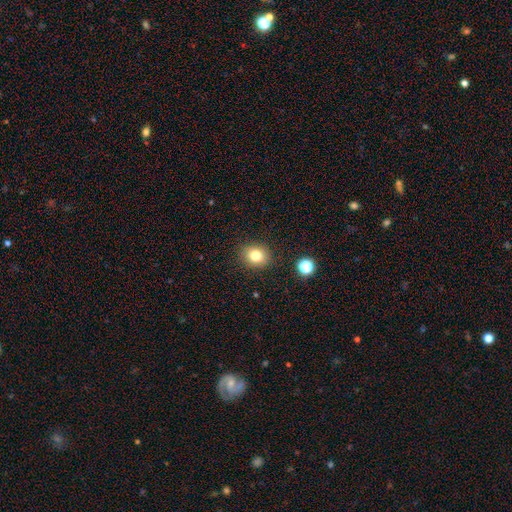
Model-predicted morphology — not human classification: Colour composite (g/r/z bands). It shows a smooth galaxy with no disk features (80%) that is round (67%). Merging: none (88%).